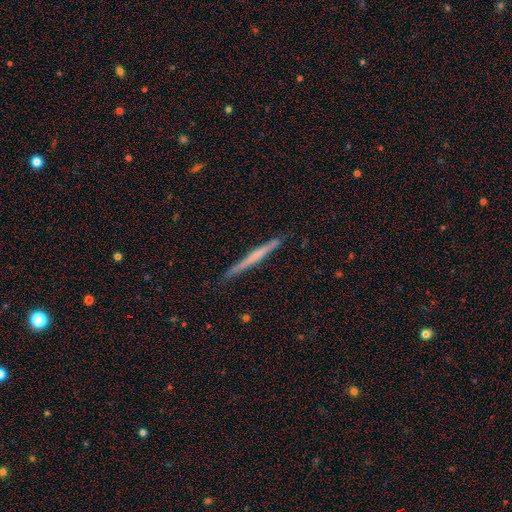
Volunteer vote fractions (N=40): featured or disk 50%, smooth 42%, star or artifact 8%. Down the decision tree: edge-on disk — yes (100%); edge-on bulge — none (45%); merging — none (89%).